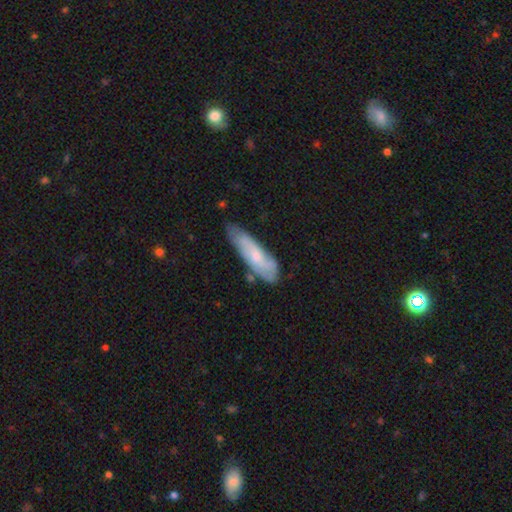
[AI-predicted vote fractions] smooth_or_featured: smooth (p=0.53) [alt: featured or disk p=0.41]
how_rounded: cigar-shaped (p=0.58) [alt: in between p=0.41]
merging: none (p=0.55) [alt: minor disturbance p=0.32]